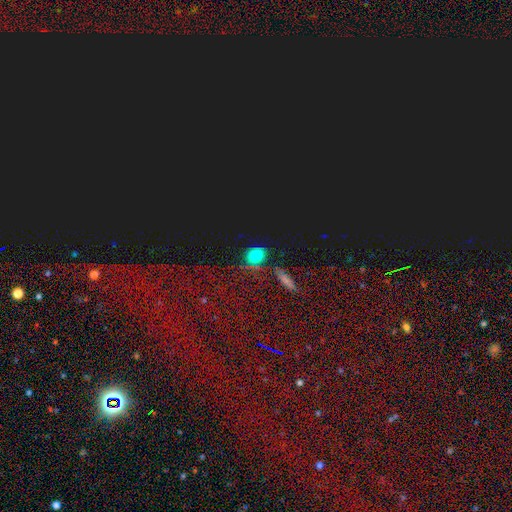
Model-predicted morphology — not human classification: This appears to be a smooth galaxy with no disk features (56%) that is round (55%). Merging: none (76%).